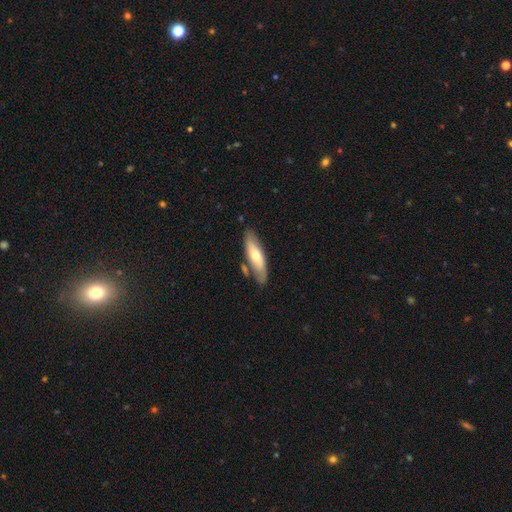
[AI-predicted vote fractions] This is possibly a smooth galaxy (51%). How rounded: possibly cigar-shaped (54%). Merging: likely none (73%).